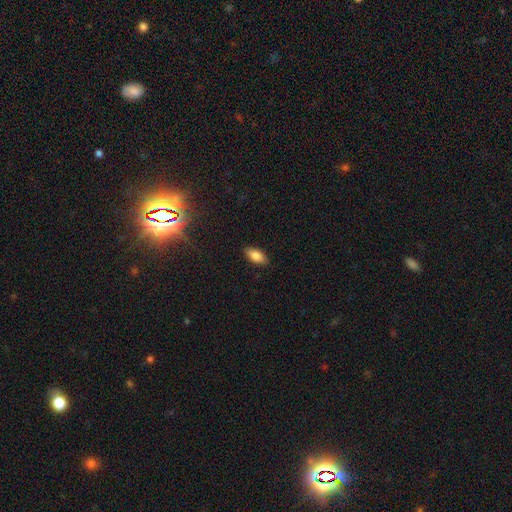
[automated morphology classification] Smooth or featured: smooth — 83% (featured or disk — 9%)
How rounded: in between — 88% (cigar-shaped — 9%)
Merging: none — 88% (minor disturbance — 9%)